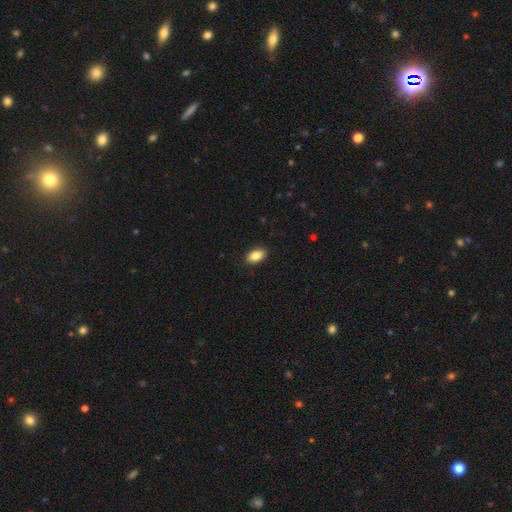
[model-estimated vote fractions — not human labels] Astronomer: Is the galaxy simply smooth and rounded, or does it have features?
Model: smooth — 88%.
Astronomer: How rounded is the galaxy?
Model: in between — 92%.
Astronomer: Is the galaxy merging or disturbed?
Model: none — 90%.